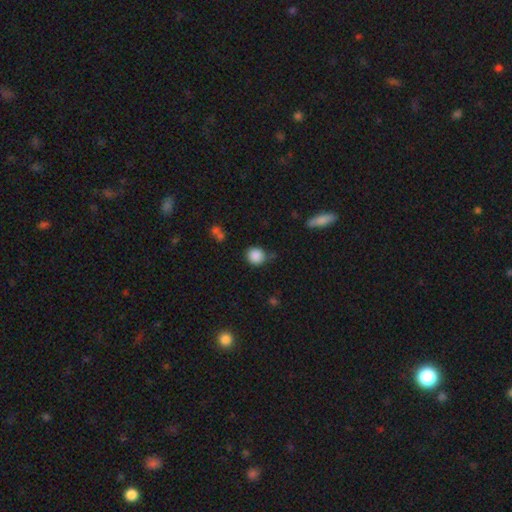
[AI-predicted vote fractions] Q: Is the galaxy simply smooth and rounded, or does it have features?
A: smooth — 87%.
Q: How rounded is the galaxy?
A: round — 87%.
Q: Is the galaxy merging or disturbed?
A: none — 73%.